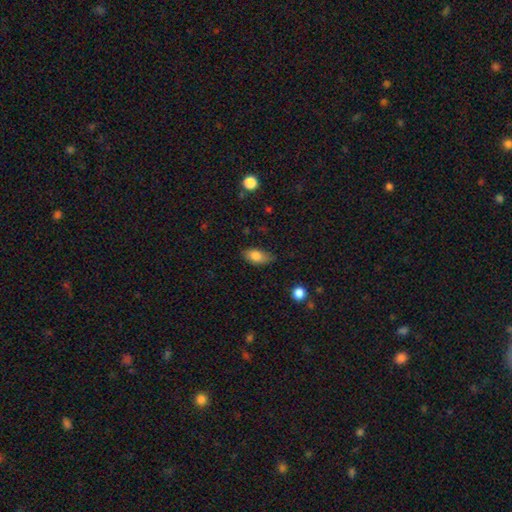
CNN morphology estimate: This appears to be a smooth galaxy with no disk features (82%) that is in between round and cigar-shaped (90%). Merging: none (71%).